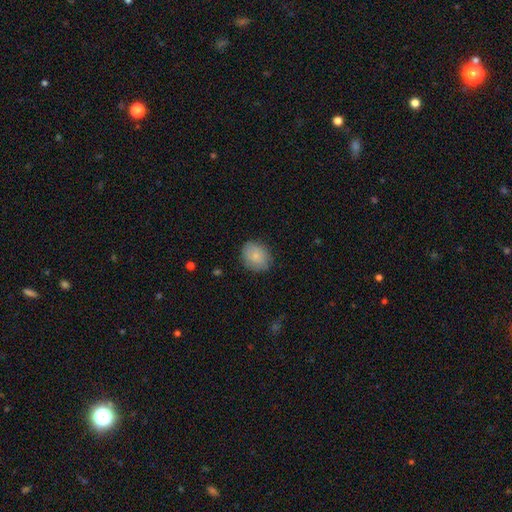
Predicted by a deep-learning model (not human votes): Morphology: type=smooth (82%); roundness=round (55%); merging=none (80%).